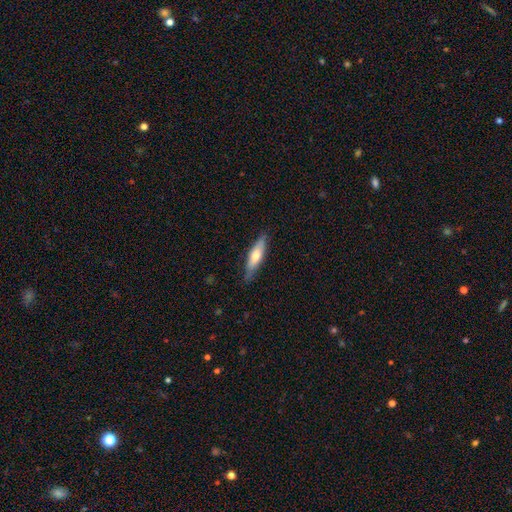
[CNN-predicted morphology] This appears to be a smooth galaxy with no disk features (56%) that is cigar-shaped (68%). Merging: none (81%).